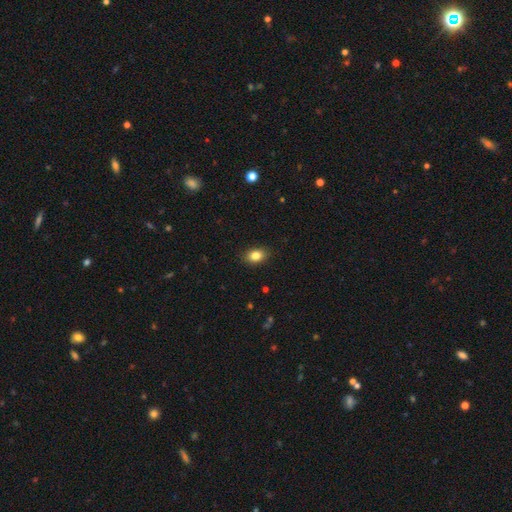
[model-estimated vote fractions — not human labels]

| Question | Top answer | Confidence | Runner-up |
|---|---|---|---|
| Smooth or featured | smooth | 84% | star or artifact (9%) |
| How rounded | in between | 76% | round (22%) |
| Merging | none | 87% | minor disturbance (9%) |